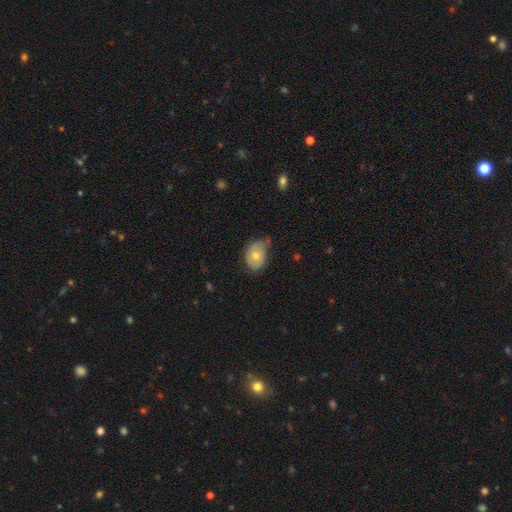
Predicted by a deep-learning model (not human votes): This appears to be a smooth galaxy with no disk features (58%) that is in between round and cigar-shaped (71%). Merging: none (51%).